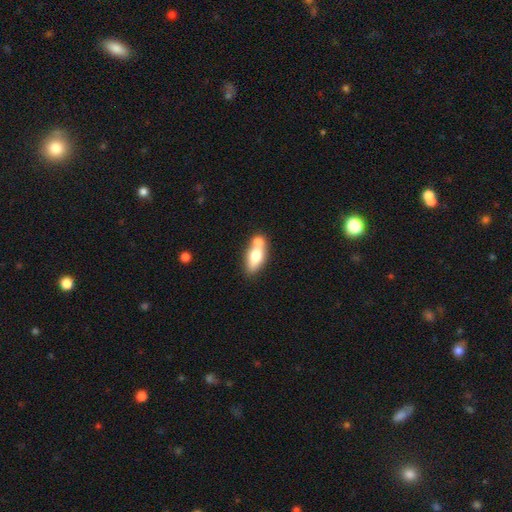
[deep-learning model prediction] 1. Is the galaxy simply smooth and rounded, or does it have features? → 69% smooth, 24% featured or disk, 7% star or artifact.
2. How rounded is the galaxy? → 80% in between, 13% cigar-shaped, 7% round.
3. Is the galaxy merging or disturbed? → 45% merger, 40% none, 11% minor disturbance, 4% major disturbance.